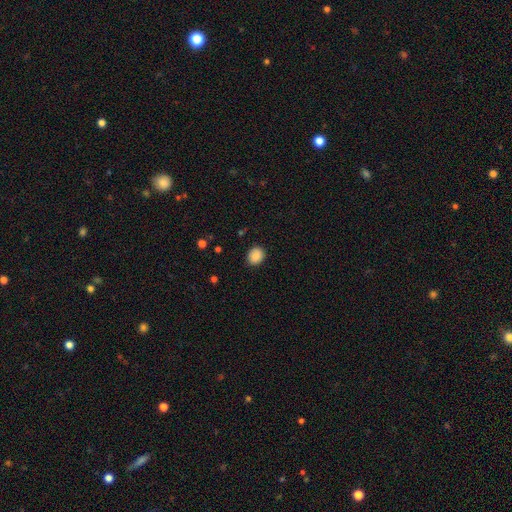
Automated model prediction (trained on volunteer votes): smooth-or-featured: smooth: 87% | star or artifact: 9% | featured or disk: 4%
  how-rounded: round: 70% | in between: 29% | cigar-shaped: 1%
  merging: none: 87% | minor disturbance: 9% | major disturbance: 2% | merger: 1%